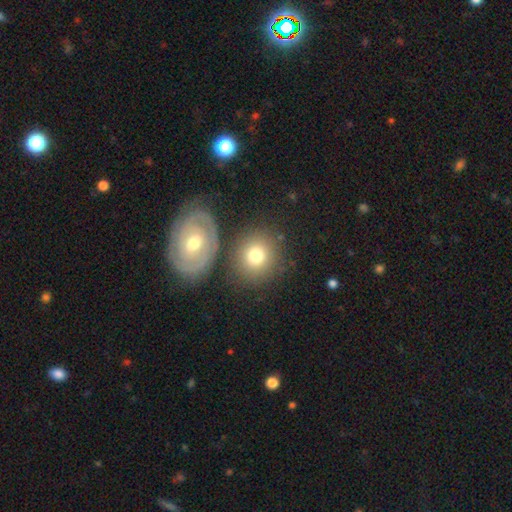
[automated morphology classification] The model was most divided on "merging": none: 70%, merger: 15%, minor disturbance: 11%, major disturbance: 4%. More confident: how rounded — round (77%); smooth or featured — smooth (73%).